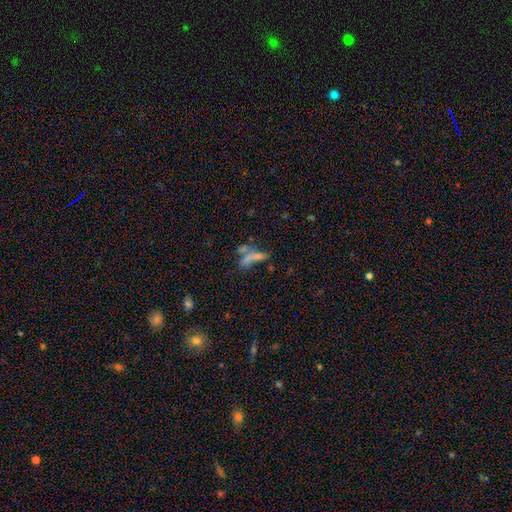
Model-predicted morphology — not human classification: smooth-or-featured: smooth: 57% | featured or disk: 26% | star or artifact: 17%
  how-rounded: cigar-shaped: 60% | in between: 34% | round: 6%
  merging: merger: 43% | none: 31% | major disturbance: 15% | minor disturbance: 12%